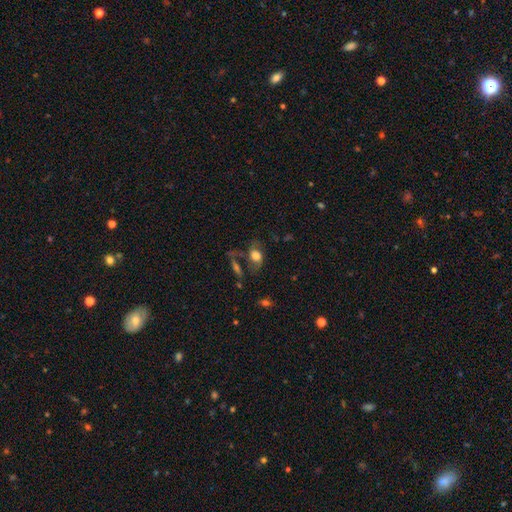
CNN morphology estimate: Smooth or featured: smooth — 62% (featured or disk — 28%)
How rounded: in between — 79% (round — 18%)
Merging: none — 47% (minor disturbance — 22%)